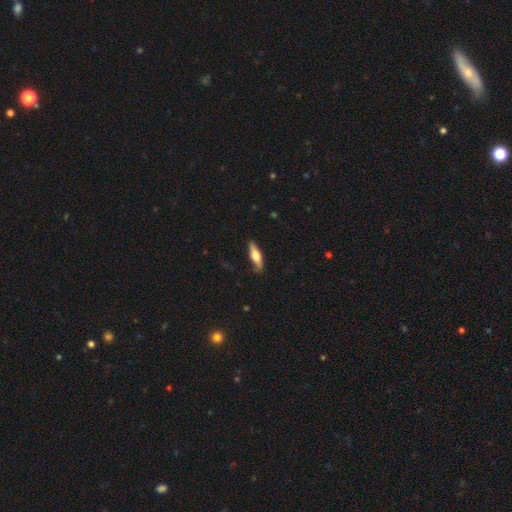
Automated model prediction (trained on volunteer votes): This is possibly a smooth galaxy (48%). Merging: clearly none (85%).